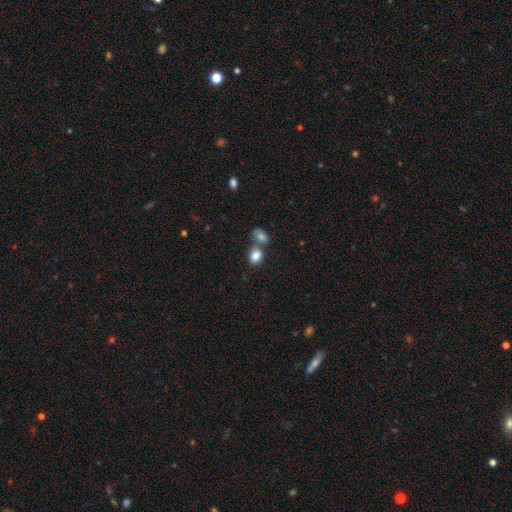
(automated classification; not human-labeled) A smooth galaxy with no disk features (84%) that is in between round and cigar-shaped (63%).

Vote fractions:
- Smooth or featured? smooth: 84% / star or artifact: 9% / featured or disk: 7%
- How rounded? in between: 63% / round: 36% / cigar-shaped: 1%
- Merging? none: 44% / merger: 42% / minor disturbance: 10% / major disturbance: 4%